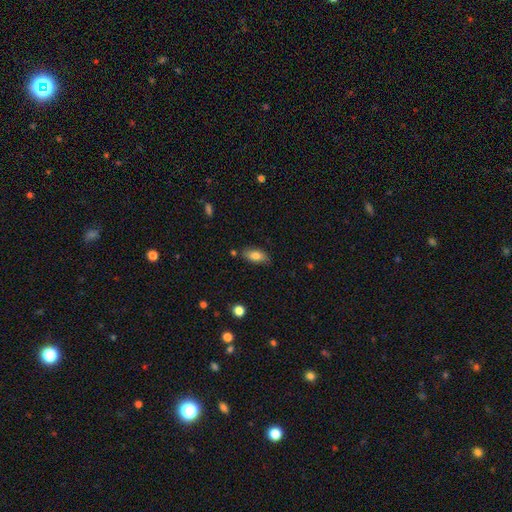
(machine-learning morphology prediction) A smooth galaxy with no disk features (79%) that is in between round and cigar-shaped (87%). Merging: none (80%).